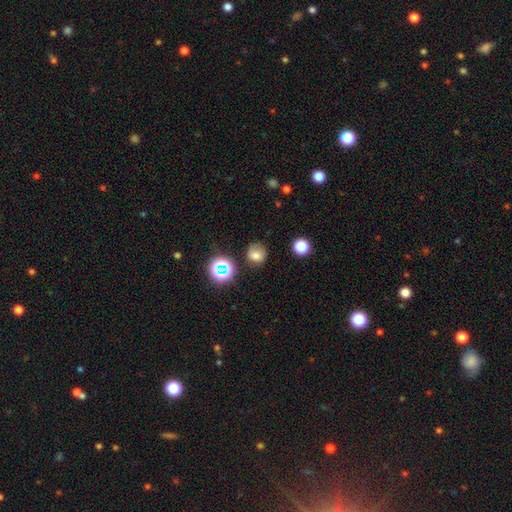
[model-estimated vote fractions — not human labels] Smooth or featured?
  - smooth: 71% *
  - star or artifact: 18%
  - featured or disk: 11%
How rounded?
  - round: 84% *
  - in between: 15%
  - cigar-shaped: 1%
Merging?
  - none: 73% *
  - minor disturbance: 18%
  - major disturbance: 6%
  - merger: 3%